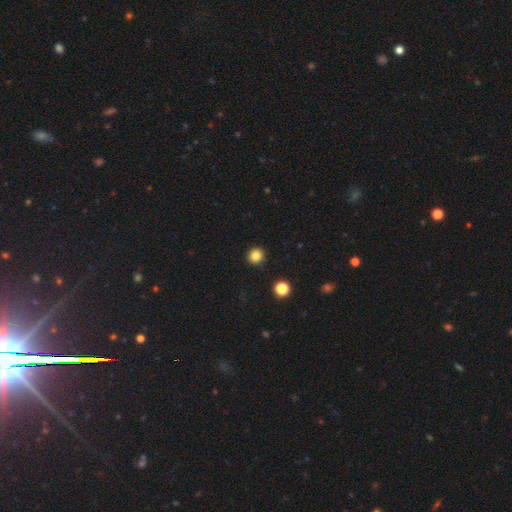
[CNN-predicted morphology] smooth-or-featured: smooth: 83% | star or artifact: 12% | featured or disk: 5%
  how-rounded: round: 92% | in between: 7% | cigar-shaped: 1%
  merging: none: 92% | minor disturbance: 5% | major disturbance: 2% | merger: 1%